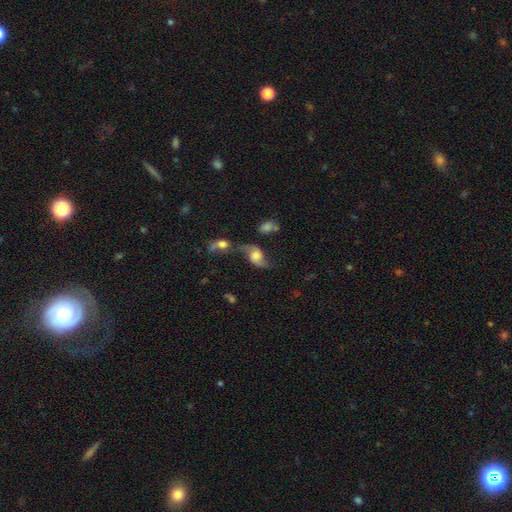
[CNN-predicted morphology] Smooth or featured? featured or disk (74%)
Edge-on disk? no (95%)
Bar? no (60%)
Spiral arms? yes (93%)
Spiral winding? loose (80%)
Spiral arm count? 2 (91%)
Bulge size? moderate (41%)
Merging? none (41%)